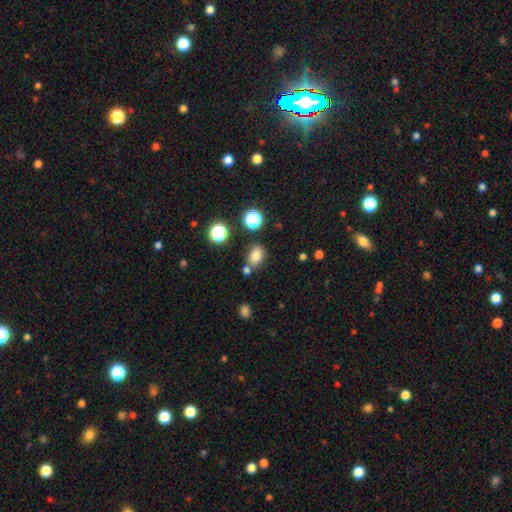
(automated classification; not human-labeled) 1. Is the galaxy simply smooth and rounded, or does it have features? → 78% smooth, 14% star or artifact, 8% featured or disk.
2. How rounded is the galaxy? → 72% in between, 27% round, 1% cigar-shaped.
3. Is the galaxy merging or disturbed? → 73% none, 13% minor disturbance, 10% merger, 4% major disturbance.